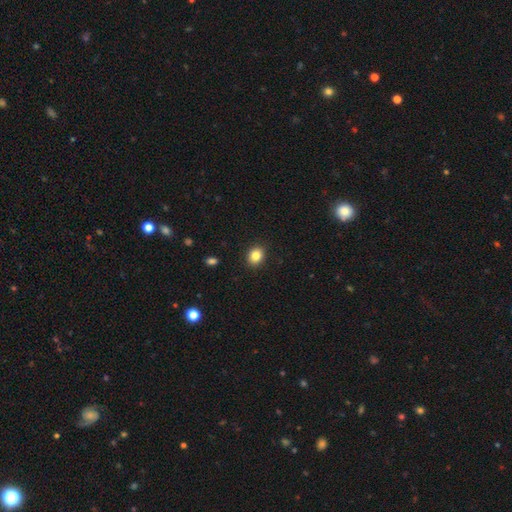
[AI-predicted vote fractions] Q: Smooth or featured?
A: smooth (84%); runner-up: star or artifact (10%)
Q: How rounded?
A: round (58%); runner-up: in between (41%)
Q: Merging?
A: none (90%); runner-up: minor disturbance (7%)